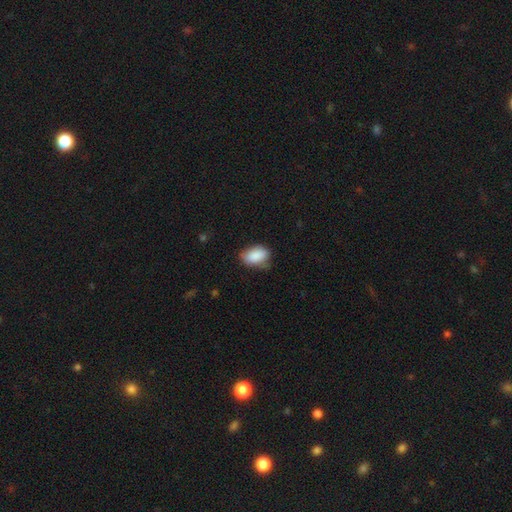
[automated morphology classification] Smooth or featured?
  - smooth: 87% *
  - star or artifact: 7%
  - featured or disk: 6%
How rounded?
  - in between: 89% *
  - round: 9%
  - cigar-shaped: 2%
Merging?
  - none: 64% *
  - minor disturbance: 29%
  - major disturbance: 6%
  - merger: 2%